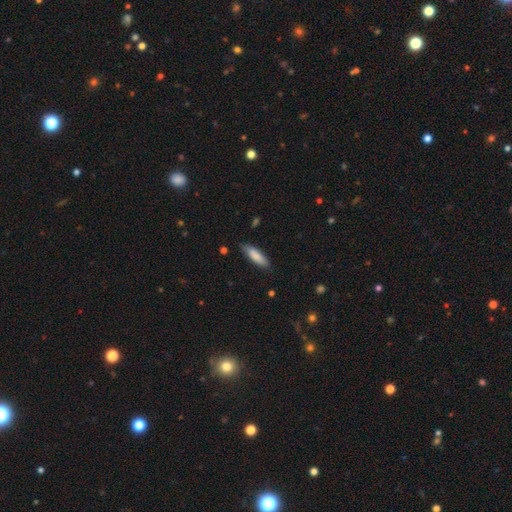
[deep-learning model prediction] This appears to be a smooth galaxy with no disk features (83%) that is cigar-shaped (59%). Merging: none (80%).